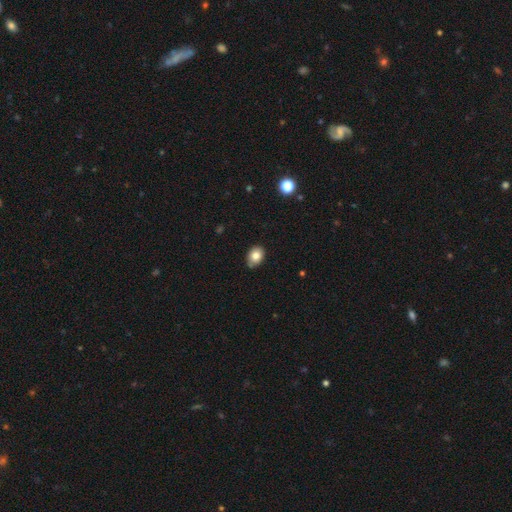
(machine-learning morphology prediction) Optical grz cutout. It shows a smooth galaxy with no disk features (82%) that is in between round and cigar-shaped (69%). Merging: none (80%).